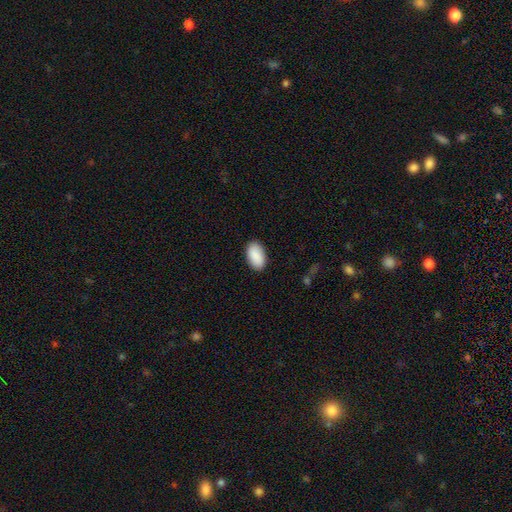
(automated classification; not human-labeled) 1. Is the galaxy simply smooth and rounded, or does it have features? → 90% smooth, 6% star or artifact, 4% featured or disk.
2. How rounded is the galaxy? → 95% in between, 3% round, 2% cigar-shaped.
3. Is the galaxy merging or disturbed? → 88% none, 9% minor disturbance, 2% major disturbance, 1% merger.